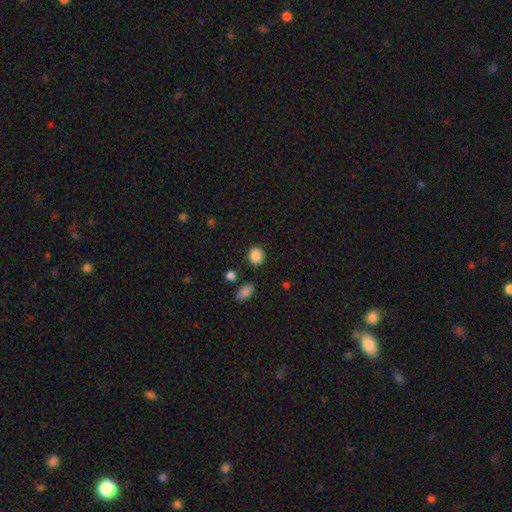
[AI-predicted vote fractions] smooth-or-featured: smooth: 88% | star or artifact: 9% | featured or disk: 3%
  how-rounded: round: 68% | in between: 30% | cigar-shaped: 1%
  merging: none: 86% | minor disturbance: 9% | major disturbance: 3% | merger: 3%